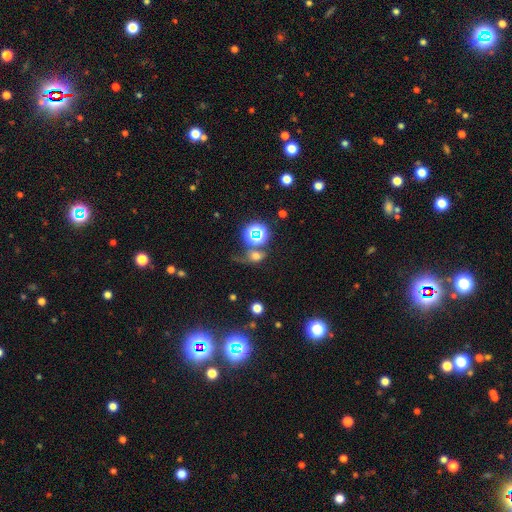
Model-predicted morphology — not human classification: This is possibly a smooth galaxy (49%). Merging: marginally none (43%).